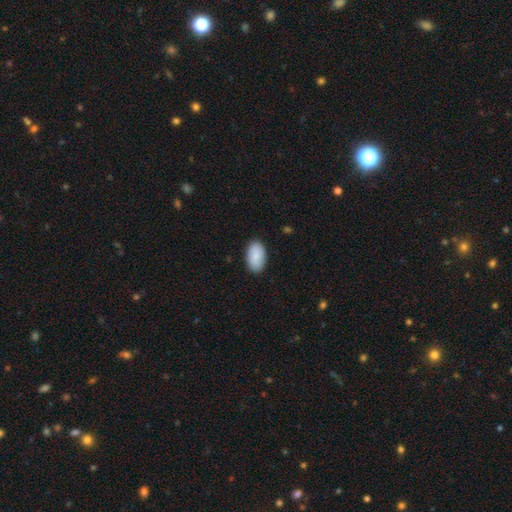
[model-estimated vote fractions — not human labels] A smooth galaxy with no disk features (88%) that is in between round and cigar-shaped (95%). Merging: none (88%).